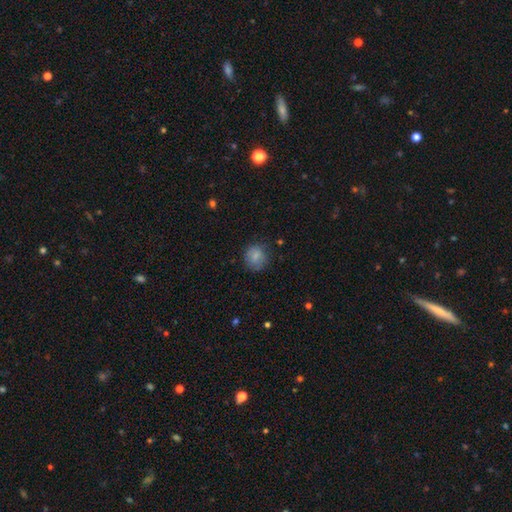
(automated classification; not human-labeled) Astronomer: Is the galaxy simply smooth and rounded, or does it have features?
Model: smooth — 82%.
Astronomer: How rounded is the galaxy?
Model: round — 79%.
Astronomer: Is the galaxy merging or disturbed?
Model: none — 76%.